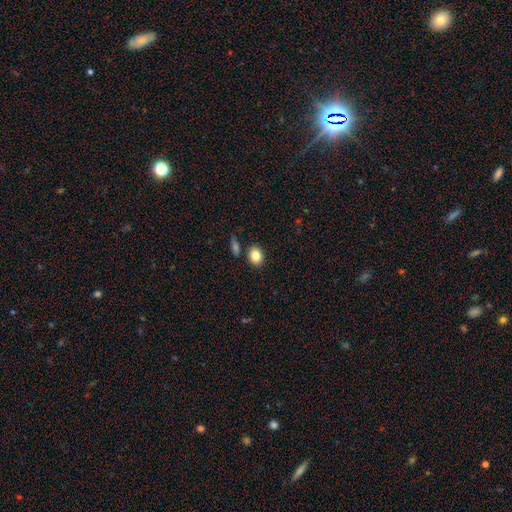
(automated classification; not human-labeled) The model was most divided on "how rounded": in between: 62%, round: 37%, cigar-shaped: 1%. More confident: smooth or featured — smooth (84%); merging — none (81%).